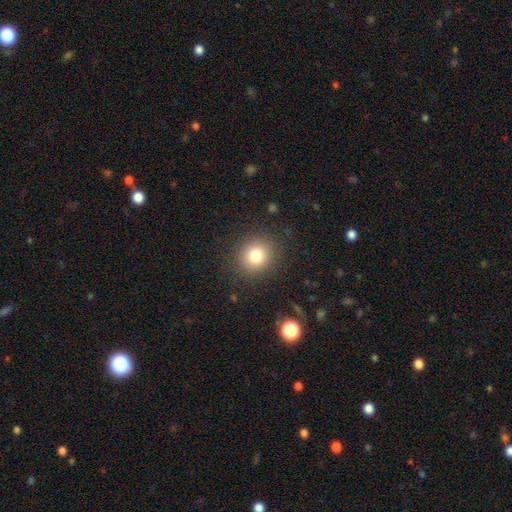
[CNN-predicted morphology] type=smooth (79%); roundness=round (84%); merging=none (88%).